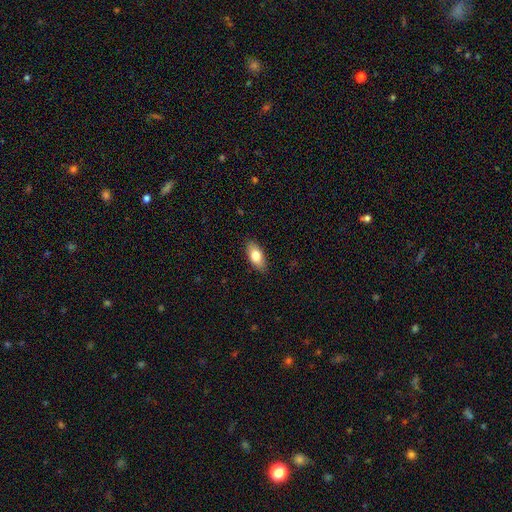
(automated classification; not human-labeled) smooth 78%, featured or disk 15%, star or artifact 7%. Down the decision tree: how rounded — in between (88%); merging — none (88%).